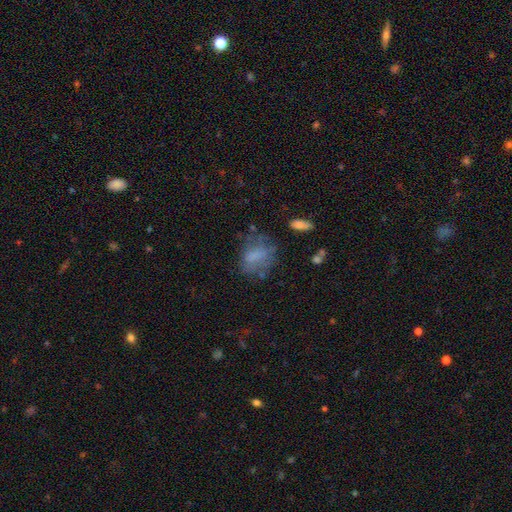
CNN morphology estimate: Smooth or featured? smooth (60%)
How rounded? in between (68%)
Merging? none (49%)